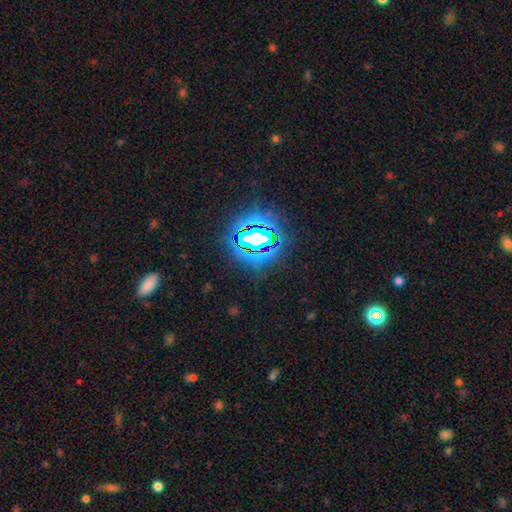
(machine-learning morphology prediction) smooth_or_featured: star or artifact (p=0.81) [alt: smooth p=0.12]